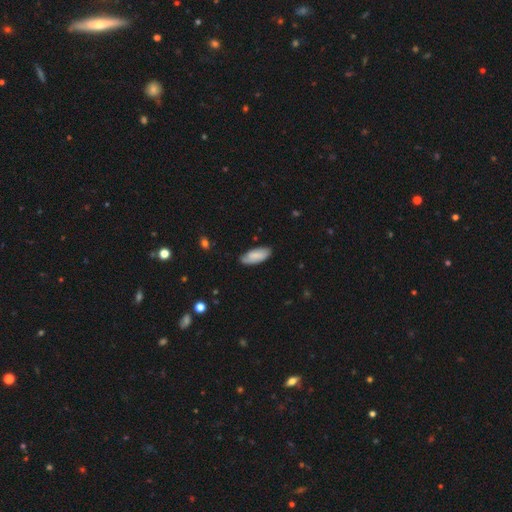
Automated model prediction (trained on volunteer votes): smooth_or_featured: smooth (p=0.77) [alt: featured or disk p=0.17]
how_rounded: in between (p=0.83) [alt: cigar-shaped p=0.15]
merging: none (p=0.73) [alt: minor disturbance p=0.22]